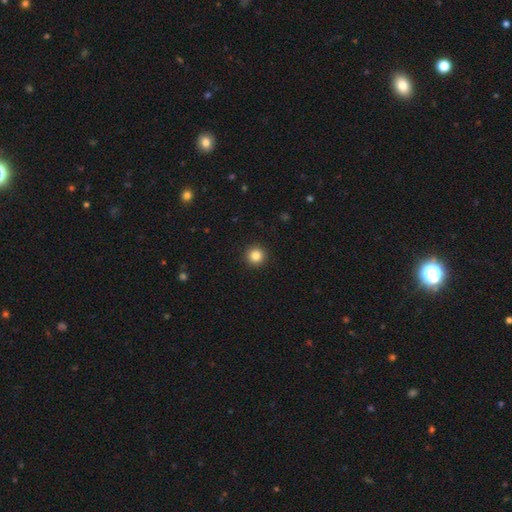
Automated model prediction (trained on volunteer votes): Smooth or featured: smooth — 85% (star or artifact — 11%)
How rounded: round — 96% (in between — 3%)
Merging: none — 93% (minor disturbance — 4%)